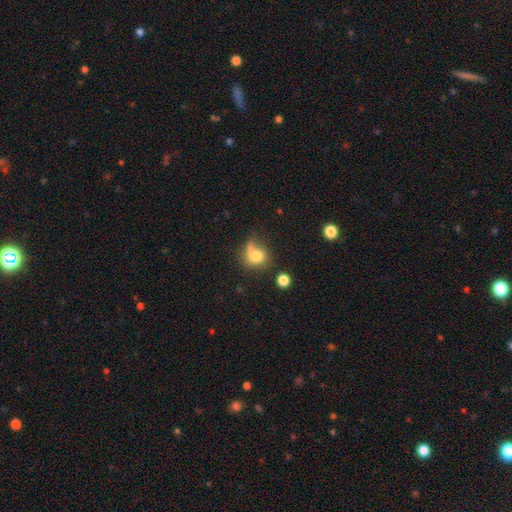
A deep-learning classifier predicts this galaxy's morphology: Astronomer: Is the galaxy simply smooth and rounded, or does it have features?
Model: smooth — 74%.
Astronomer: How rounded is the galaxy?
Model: round — 70%.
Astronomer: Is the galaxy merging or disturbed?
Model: none — 39% (runner-up: merger, 24%).